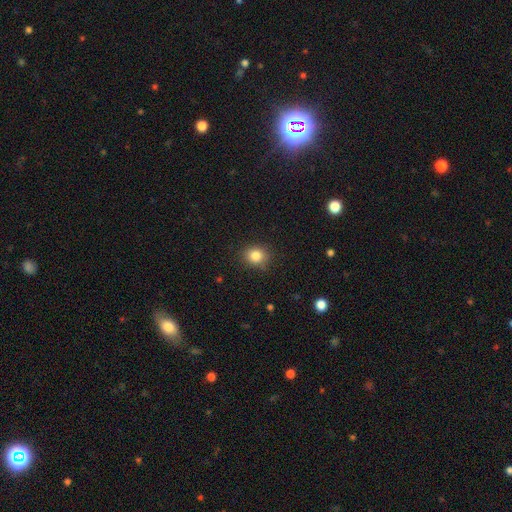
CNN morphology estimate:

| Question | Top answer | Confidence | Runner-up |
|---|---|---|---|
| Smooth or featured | smooth | 84% | star or artifact (11%) |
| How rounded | round | 70% | in between (29%) |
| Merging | none | 85% | minor disturbance (11%) |